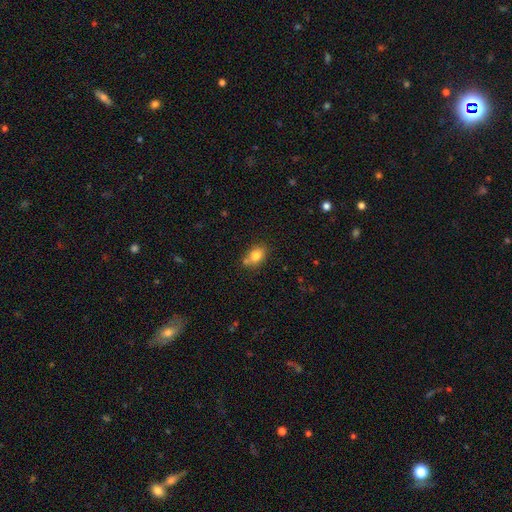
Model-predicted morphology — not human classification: A smooth galaxy with no disk features (81%) that is in between round and cigar-shaped (67%).

Vote fractions:
- Smooth or featured? smooth: 81% / featured or disk: 10% / star or artifact: 10%
- How rounded? in between: 67% / round: 32% / cigar-shaped: 1%
- Merging? none: 65% / minor disturbance: 16% / merger: 16% / major disturbance: 4%